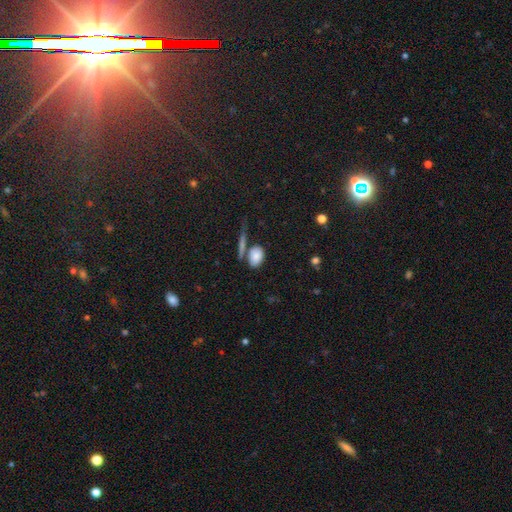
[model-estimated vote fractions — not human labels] Q: Smooth or featured?
A: smooth (81%); runner-up: featured or disk (10%)
Q: How rounded?
A: in between (82%); runner-up: round (14%)
Q: Merging?
A: none (63%); runner-up: merger (17%)